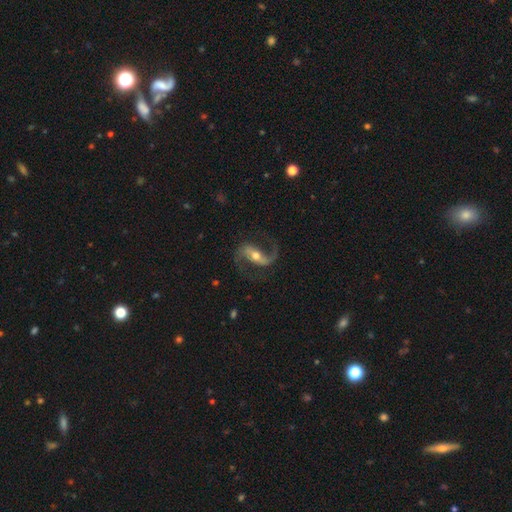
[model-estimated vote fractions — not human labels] Overall: featured or disk (90%). Edge-on disk: no (97%). Bar: strong (49%; weak 32%). Spiral arms: yes (97%). Spiral arm count: 2 (93%). Spiral winding: loose (49%; medium 43%). Bulge size: moderate (60%; small 33%). Merging: none (79%).